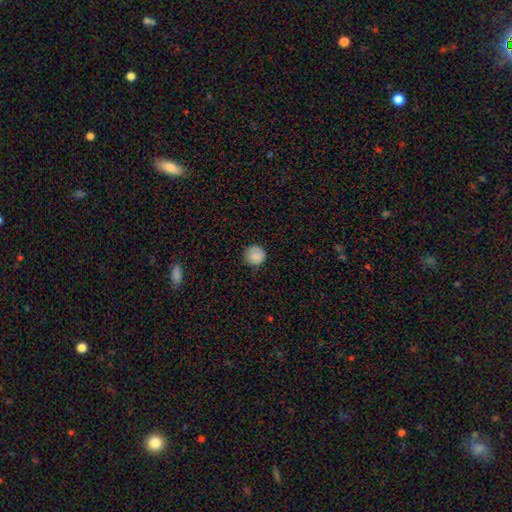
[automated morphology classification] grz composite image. It shows a smooth galaxy with no disk features (85%) that is round (95%). Merging: none (86%).